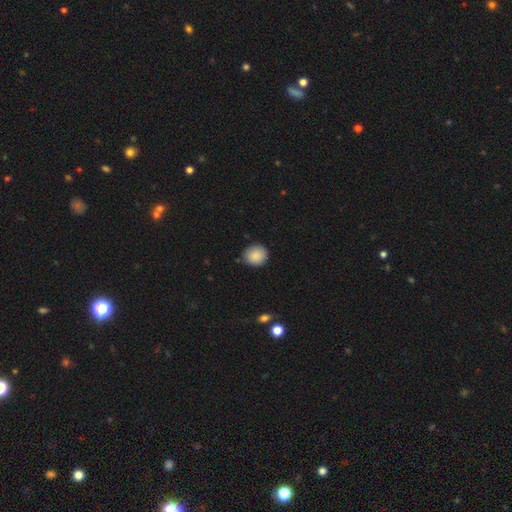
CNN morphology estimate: Smooth or featured? Predicted: smooth (p=0.88). How rounded? Predicted: round (p=0.82). Merging? Predicted: none (p=0.83).